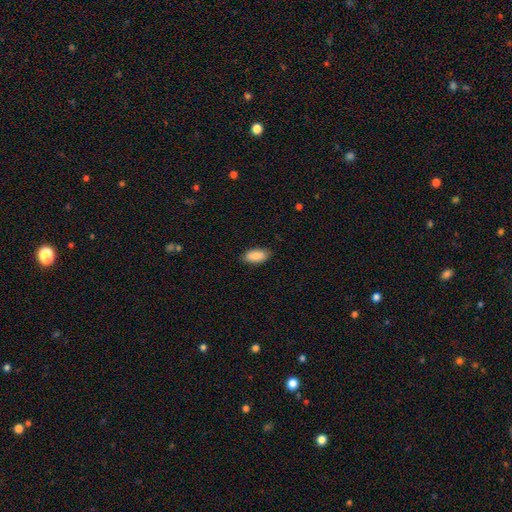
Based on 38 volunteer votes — Smooth or featured: smooth — 92% (star or artifact — 5%)
How rounded: in between — 89% (cigar-shaped — 11%)
Merging: none — 92% (minor disturbance — 6%)